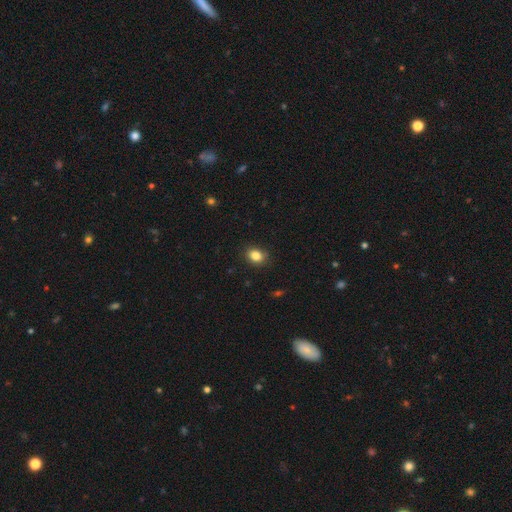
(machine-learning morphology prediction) Smooth or featured: smooth — 85% (star or artifact — 10%)
How rounded: in between — 59% (round — 40%)
Merging: none — 87% (minor disturbance — 9%)